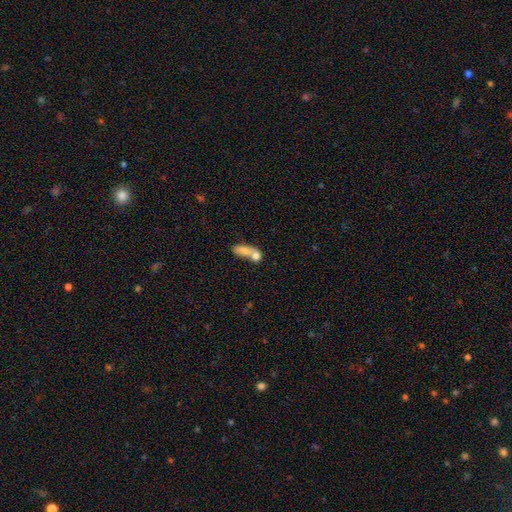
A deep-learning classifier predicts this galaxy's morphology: A smooth galaxy with no disk features (69%) that is in between round and cigar-shaped (58%).

Vote fractions:
- Smooth or featured? smooth: 69% / featured or disk: 21% / star or artifact: 10%
- How rounded? in between: 58% / cigar-shaped: 23% / round: 19%
- Merging? merger: 57% / none: 24% / minor disturbance: 10% / major disturbance: 9%